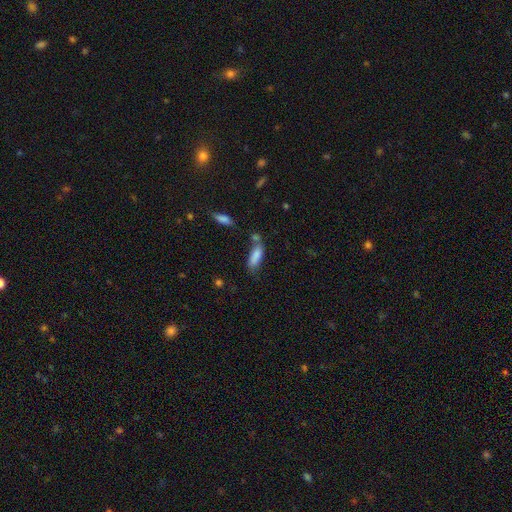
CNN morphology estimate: The model was most divided on "merging": none: 48%, merger: 22%, minor disturbance: 22%, major disturbance: 8%. More confident: smooth or featured — smooth (83%); how rounded — in between (65%).